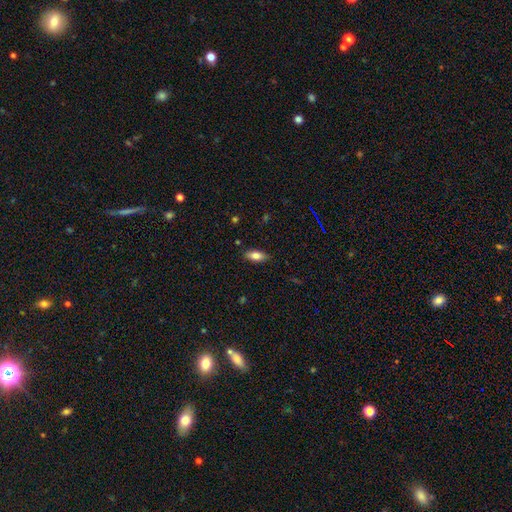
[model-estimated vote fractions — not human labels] A smooth galaxy with no disk features (80%) that is in between round and cigar-shaped (85%). Merging: none (85%).